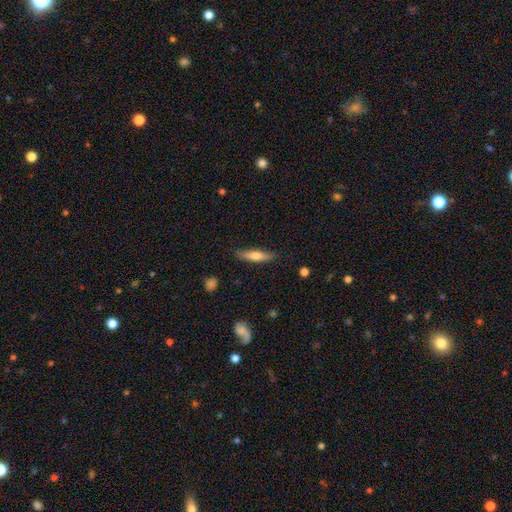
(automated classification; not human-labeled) A smooth galaxy with no disk features (64%) that is cigar-shaped (79%).

Vote fractions:
- Smooth or featured? smooth: 64% / featured or disk: 30% / star or artifact: 6%
- How rounded? cigar-shaped: 79% / in between: 20% / round: 2%
- Merging? none: 85% / minor disturbance: 11% / major disturbance: 2% / merger: 1%